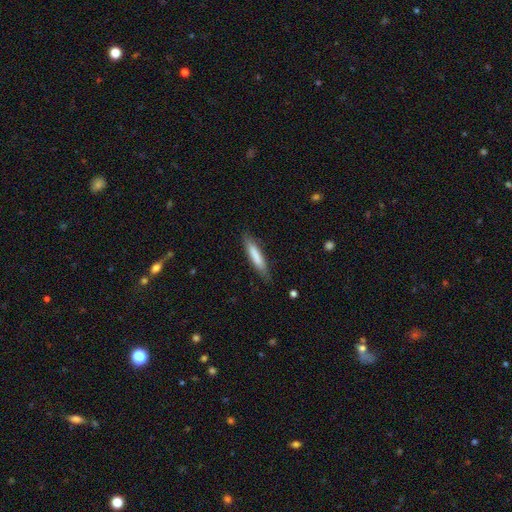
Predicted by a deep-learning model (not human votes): Smooth or featured? smooth (78%)
How rounded? cigar-shaped (86%)
Merging? none (85%)